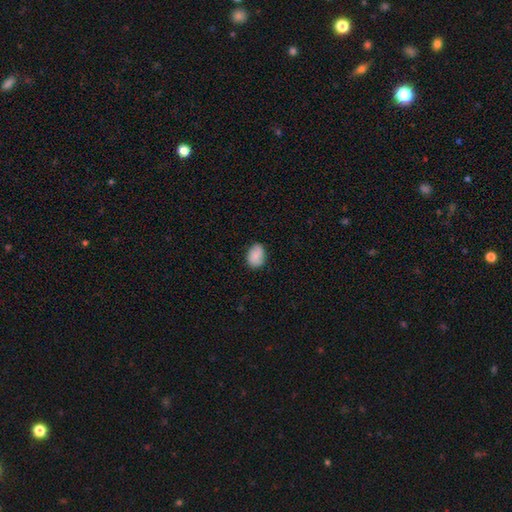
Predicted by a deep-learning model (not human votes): Q: Smooth or featured?
A: smooth (84%); runner-up: featured or disk (9%)
Q: How rounded?
A: in between (71%); runner-up: round (27%)
Q: Merging?
A: none (77%); runner-up: minor disturbance (19%)